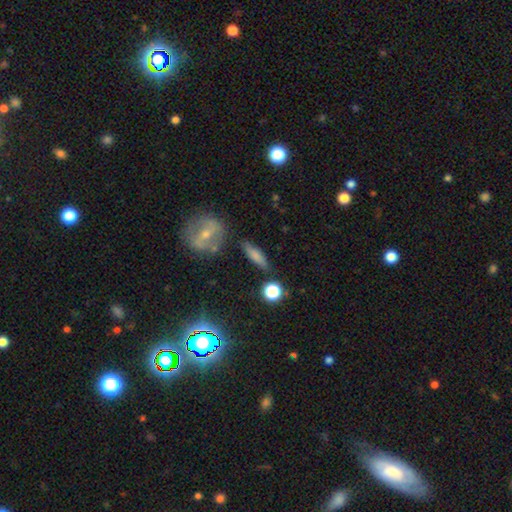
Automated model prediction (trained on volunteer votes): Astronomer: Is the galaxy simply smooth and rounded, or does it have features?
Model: smooth — 69%.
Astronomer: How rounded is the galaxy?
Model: cigar-shaped — 56% (runner-up: in between, 37%).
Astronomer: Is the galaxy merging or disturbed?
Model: none — 80%.